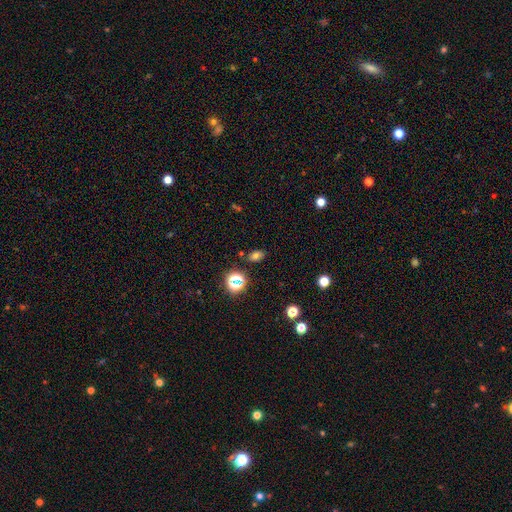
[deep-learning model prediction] smooth 70%, star or artifact 21%, featured or disk 9%. Down the decision tree: how rounded — in between (78%); merging — none (82%).